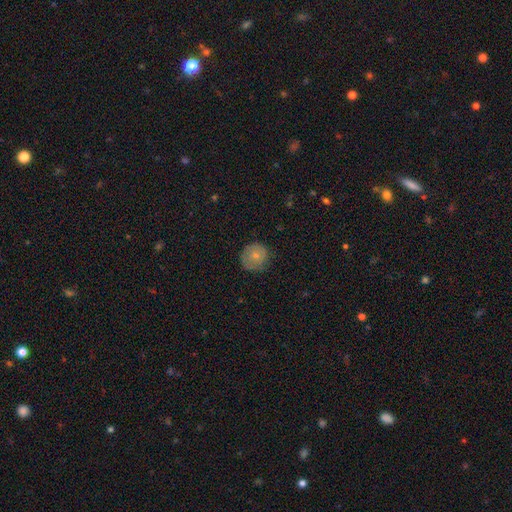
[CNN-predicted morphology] The model was most divided on "smooth or featured": smooth: 69%, featured or disk: 23%, star or artifact: 8%. More confident: how rounded — round (91%); merging — none (75%).